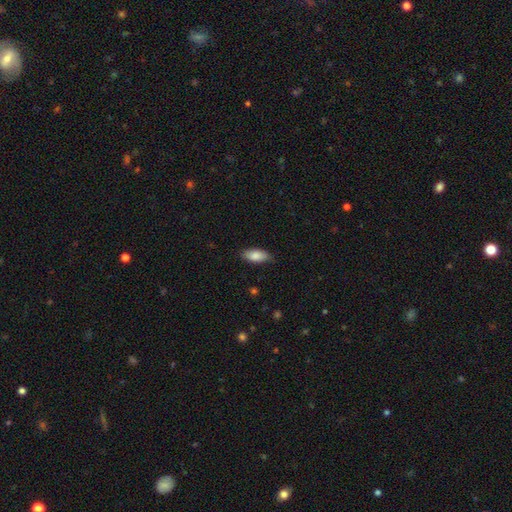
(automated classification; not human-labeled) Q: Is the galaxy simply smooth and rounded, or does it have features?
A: smooth — 85%.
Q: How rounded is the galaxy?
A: in between — 83%.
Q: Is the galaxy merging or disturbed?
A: none — 82%.